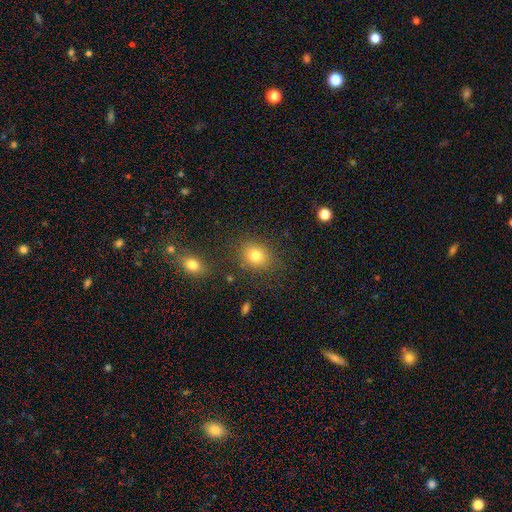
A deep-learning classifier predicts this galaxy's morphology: Smooth or featured?
  - smooth: 80% *
  - star or artifact: 12%
  - featured or disk: 8%
How rounded?
  - round: 54% *
  - in between: 45%
  - cigar-shaped: 1%
Merging?
  - none: 81% *
  - minor disturbance: 11%
  - merger: 4%
  - major disturbance: 4%